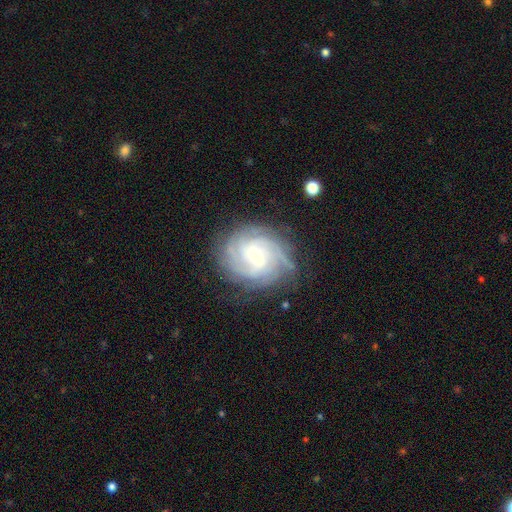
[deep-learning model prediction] Overall: featured or disk (87%). Edge-on disk: no (97%). Bar: weak (54%; no 32%). Spiral arms: yes (97%). Spiral arm count: 4 (28%; can't tell 26%). Spiral winding: tight (71%). Bulge size: small (57%; moderate 39%). Merging: none (78%).